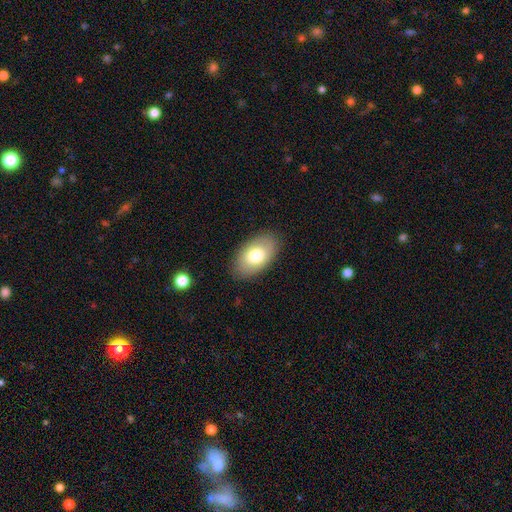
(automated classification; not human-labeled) Morphology: type=smooth (73%); roundness=in between (93%); merging=none (85%).